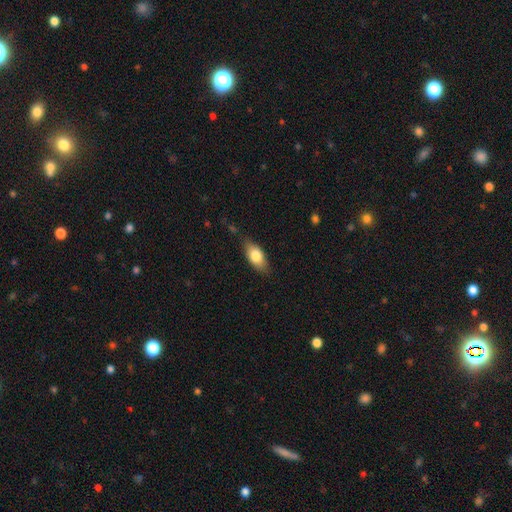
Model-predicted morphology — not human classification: smooth_or_featured: smooth (p=0.77) [alt: featured or disk p=0.17]
how_rounded: in between (p=0.85) [alt: cigar-shaped p=0.10]
merging: none (p=0.77) [alt: minor disturbance p=0.18]